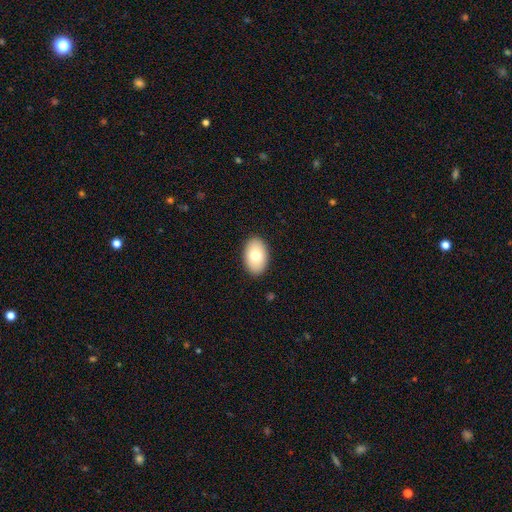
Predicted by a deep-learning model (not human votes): Smooth or featured? Predicted: smooth (p=0.76). How rounded? Predicted: in between (p=0.91). Merging? Predicted: none (p=0.89).